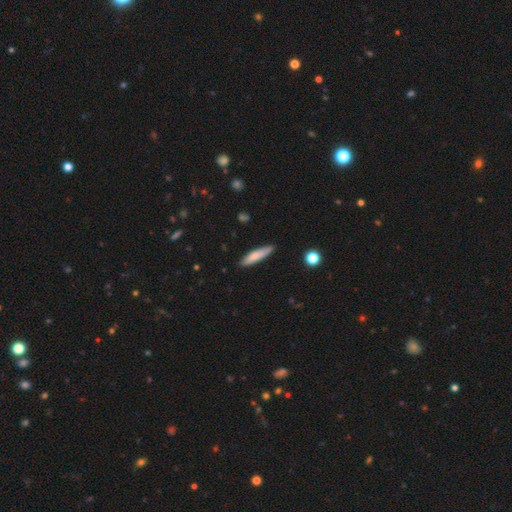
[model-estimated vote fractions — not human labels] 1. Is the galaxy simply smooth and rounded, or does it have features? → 77% smooth, 17% featured or disk, 6% star or artifact.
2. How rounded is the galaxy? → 81% cigar-shaped, 18% in between, 1% round.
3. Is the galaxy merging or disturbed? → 86% none, 11% minor disturbance, 2% major disturbance, 1% merger.